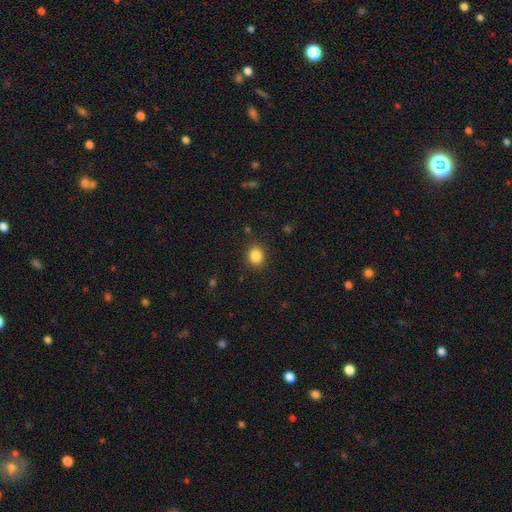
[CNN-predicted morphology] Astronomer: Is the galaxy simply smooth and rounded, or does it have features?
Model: smooth — 86%.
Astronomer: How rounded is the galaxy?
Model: round — 55% (runner-up: in between, 44%).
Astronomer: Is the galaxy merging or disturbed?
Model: none — 87%.